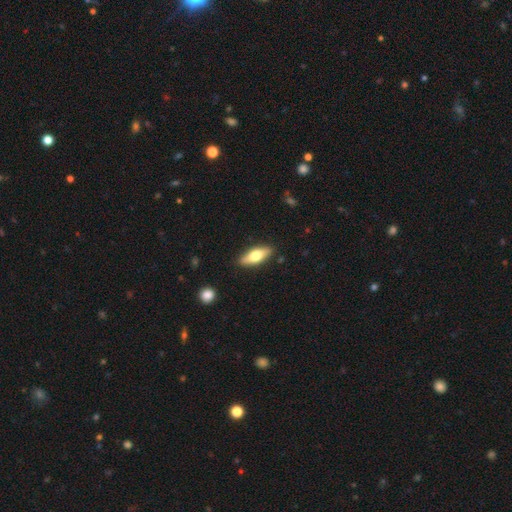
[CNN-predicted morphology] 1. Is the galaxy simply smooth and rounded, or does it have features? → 63% smooth, 31% featured or disk, 6% star or artifact.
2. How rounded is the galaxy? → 67% in between, 30% cigar-shaped, 3% round.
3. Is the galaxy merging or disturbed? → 86% none, 10% minor disturbance, 2% major disturbance, 1% merger.